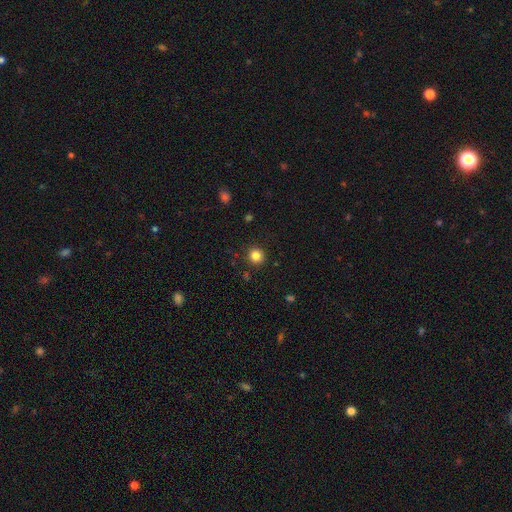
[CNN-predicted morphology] Smooth or featured: smooth — 84% (star or artifact — 12%)
How rounded: round — 92% (in between — 7%)
Merging: none — 90% (minor disturbance — 6%)